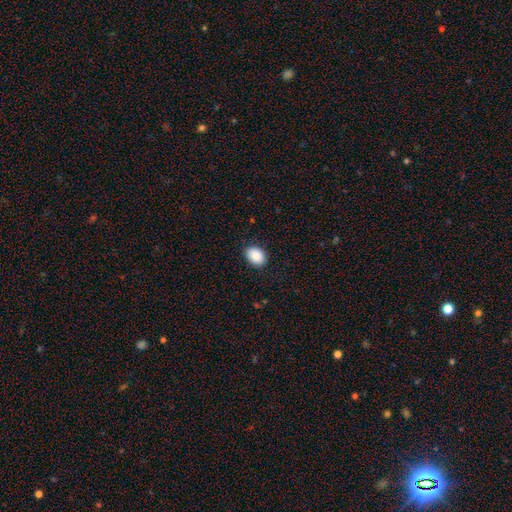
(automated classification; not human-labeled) smooth-or-featured: smooth: 89% | star or artifact: 7% | featured or disk: 4%
  how-rounded: in between: 76% | round: 23% | cigar-shaped: 1%
  merging: none: 85% | minor disturbance: 12% | major disturbance: 2% | merger: 1%